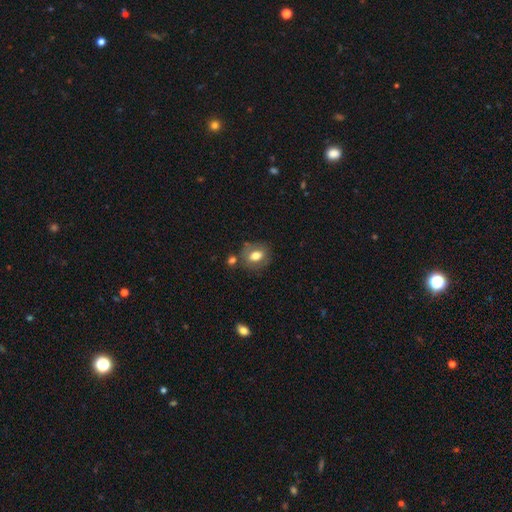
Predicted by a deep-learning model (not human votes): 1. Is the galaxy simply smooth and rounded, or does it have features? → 69% smooth, 22% featured or disk, 9% star or artifact.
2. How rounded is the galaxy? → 59% in between, 40% round, 1% cigar-shaped.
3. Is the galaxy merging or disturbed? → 69% none, 16% minor disturbance, 9% merger, 5% major disturbance.